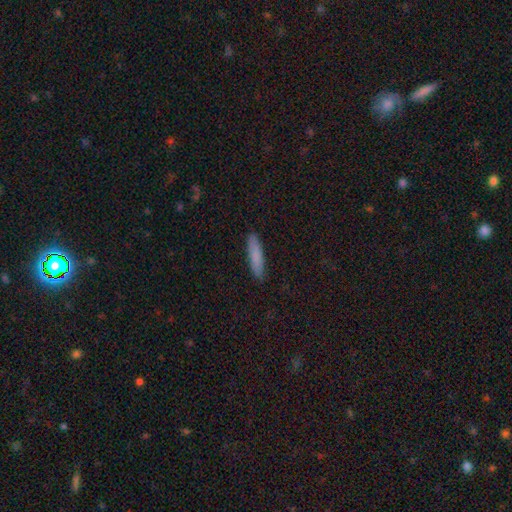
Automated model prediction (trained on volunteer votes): This appears to be a smooth galaxy with no disk features (83%) that is cigar-shaped (81%). Merging: none (90%).